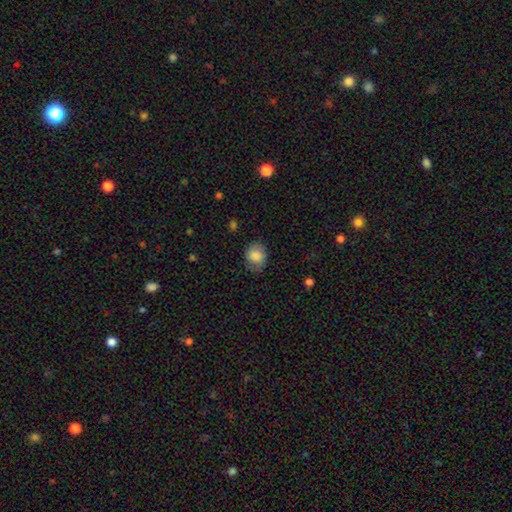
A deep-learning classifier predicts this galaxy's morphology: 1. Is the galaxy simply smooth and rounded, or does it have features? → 85% smooth, 8% star or artifact, 7% featured or disk.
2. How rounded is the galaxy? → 64% round, 35% in between, 1% cigar-shaped.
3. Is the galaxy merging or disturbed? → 76% none, 19% minor disturbance, 5% major disturbance, 1% merger.